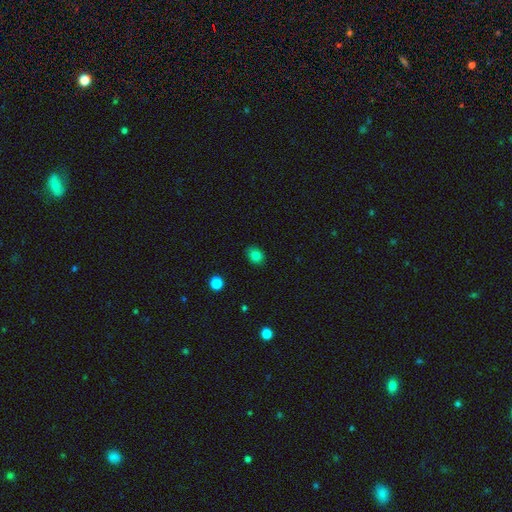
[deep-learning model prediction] Overall: smooth (82%). How rounded: in between (52%; round 47%). Merging: none (86%).